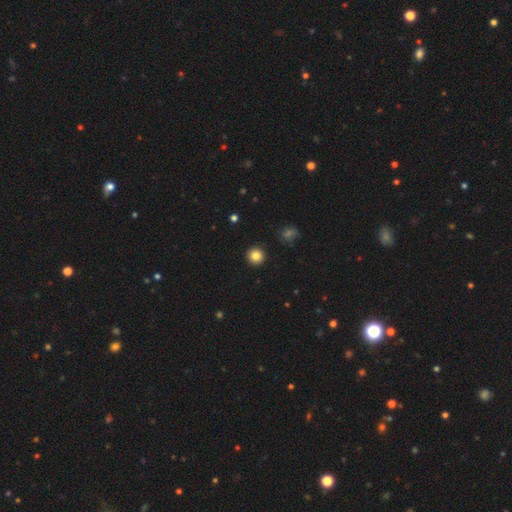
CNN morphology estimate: Smooth or featured? smooth (84%)
How rounded? round (95%)
Merging? none (93%)